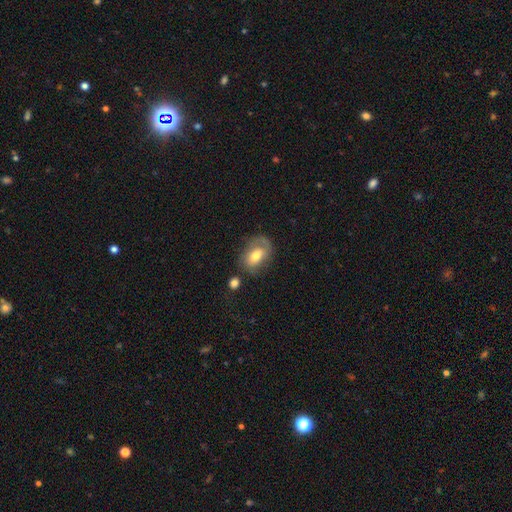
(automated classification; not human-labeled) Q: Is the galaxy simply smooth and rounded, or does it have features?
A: smooth — 54%.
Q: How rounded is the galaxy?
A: in between — 79%.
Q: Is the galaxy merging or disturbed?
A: none — 52%.